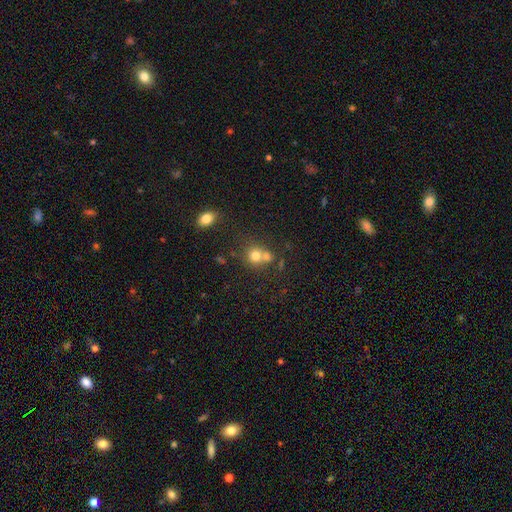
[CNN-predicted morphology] A smooth galaxy with no disk features (75%) that is round (83%).

Vote fractions:
- Smooth or featured? smooth: 75% / star or artifact: 13% / featured or disk: 12%
- How rounded? round: 83% / in between: 16% / cigar-shaped: 1%
- Merging? merger: 44% (tied) / none: 44% (tied) / minor disturbance: 8% / major disturbance: 3%